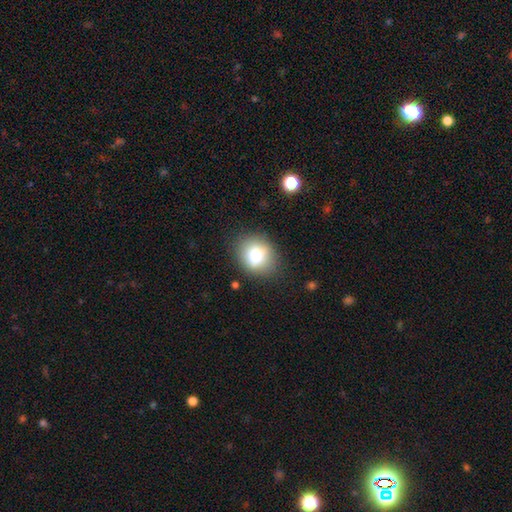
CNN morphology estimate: The model was most divided on "how rounded": round: 58%, in between: 41%, cigar-shaped: 1%. More confident: merging — none (81%); smooth or featured — smooth (76%).